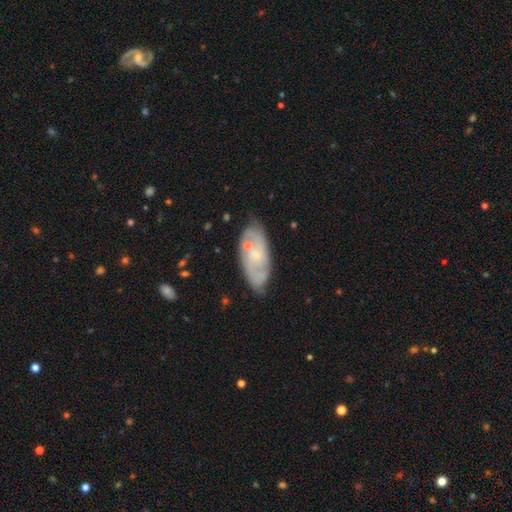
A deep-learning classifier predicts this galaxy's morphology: A featured or disk galaxy (63%) with no bar (66%), spiral arms (78%) and a small central bulge (68%). Merging: none (71%).